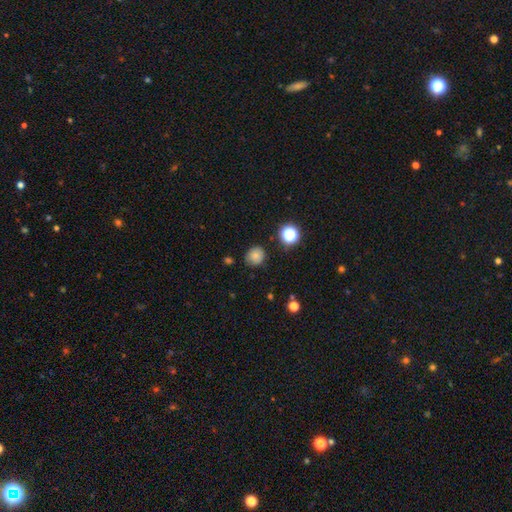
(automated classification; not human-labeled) Morphology: type=smooth (79%); roundness=round (81%); merging=none (78%).